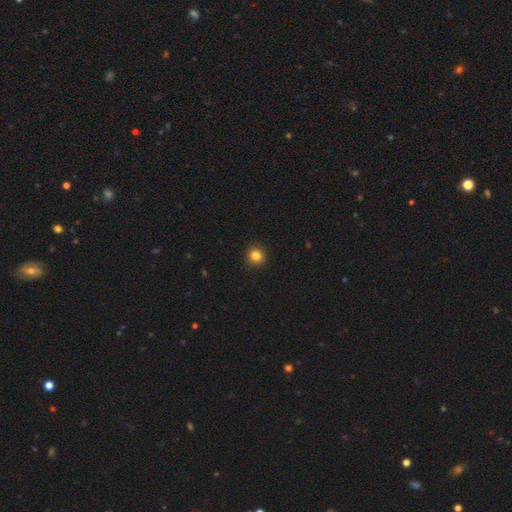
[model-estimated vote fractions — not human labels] The model was most divided on "smooth or featured": smooth: 84%, star or artifact: 12%, featured or disk: 4%. More confident: merging — none (93%); how rounded — round (92%).